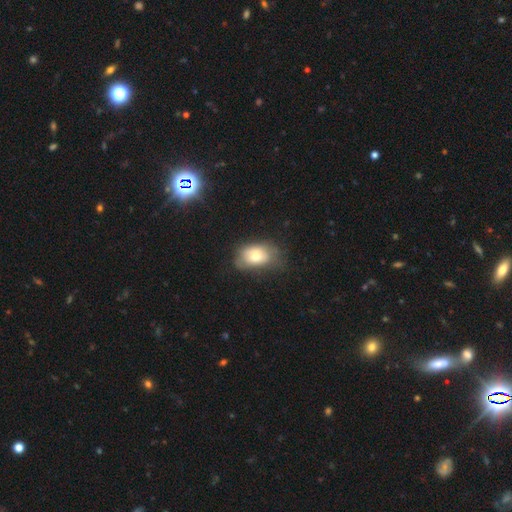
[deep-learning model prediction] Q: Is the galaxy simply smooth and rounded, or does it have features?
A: smooth — 70%.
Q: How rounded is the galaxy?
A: in between — 83%.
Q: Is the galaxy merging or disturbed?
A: none — 52%.